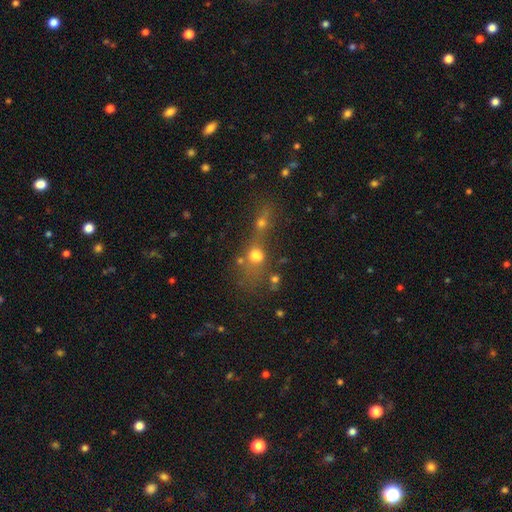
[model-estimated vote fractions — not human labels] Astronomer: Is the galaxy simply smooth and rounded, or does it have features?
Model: smooth — 59%.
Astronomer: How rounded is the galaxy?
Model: round — 50% (runner-up: in between, 45%).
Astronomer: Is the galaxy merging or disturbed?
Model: merger — 57%.